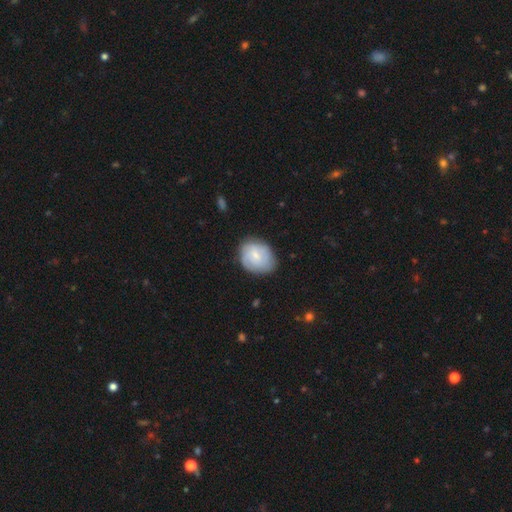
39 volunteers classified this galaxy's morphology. smooth-or-featured: smooth: 74% | featured or disk: 23% | star or artifact: 3%
  how-rounded: round: 52% | in between: 48% | cigar-shaped: 0%
  merging: none: 61% | minor disturbance: 21% | major disturbance: 13% | merger: 5%